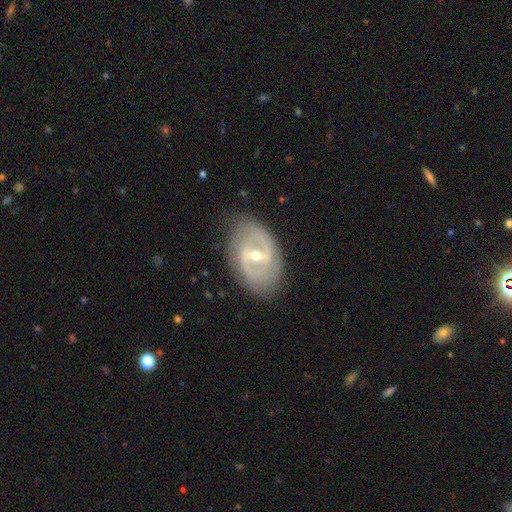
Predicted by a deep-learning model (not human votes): Smooth or featured?
  - featured or disk: 80% *
  - smooth: 15%
  - star or artifact: 6%
Edge-on disk?
  - no: 95% *
  - yes: 5%
Bar?
  - weak: 45% *
  - strong: 40%
  - no: 15%
Spiral arms?
  - yes: 71% *
  - no: 29%
Spiral winding?
  - medium: 42% *
  - tight: 36%
  - loose: 22%
Spiral arm count?
  - 2: 77% *
  - can't tell: 15%
  - 1: 3%
  - 3: 2%
  - 4: 1%
  - more than 4: 1%
Bulge size?
  - moderate: 59% *
  - small: 37%
  - large: 2%
  - none: 1%
  - dominant: 1%
Merging?
  - none: 77% *
  - minor disturbance: 16%
  - major disturbance: 6%
  - merger: 1%